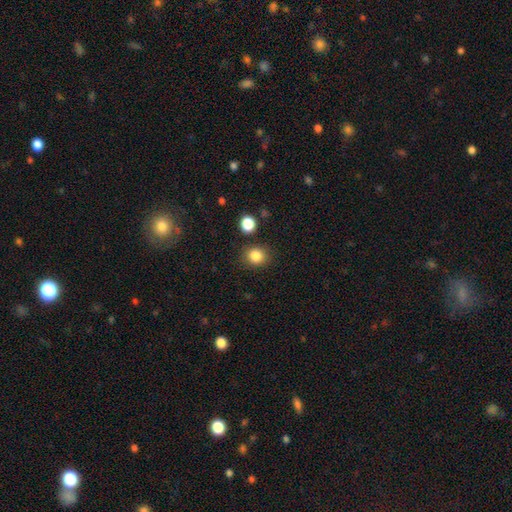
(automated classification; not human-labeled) Morphology: type=smooth (84%); roundness=round (76%); merging=none (84%).